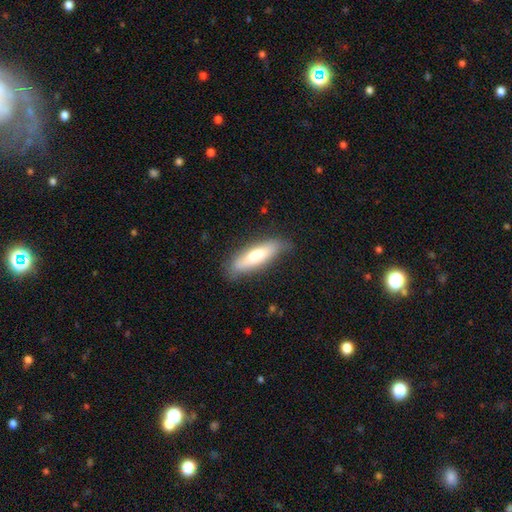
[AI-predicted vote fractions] A smooth galaxy with no disk features (70%) that is cigar-shaped (59%). Merging: none (78%).